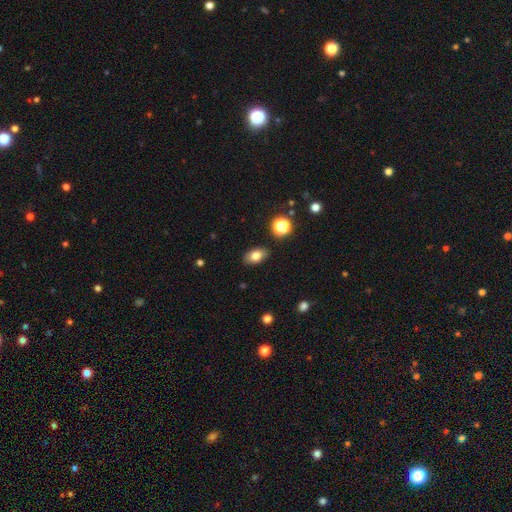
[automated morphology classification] type=smooth (80%); roundness=in between (87%); merging=none (87%).